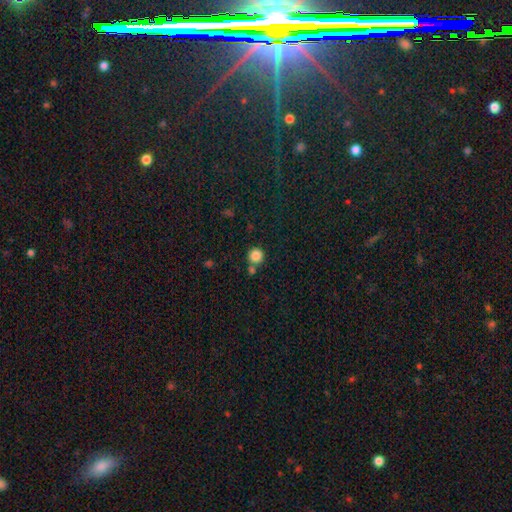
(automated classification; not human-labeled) Smooth or featured? smooth (85%)
How rounded? round (93%)
Merging? none (70%)